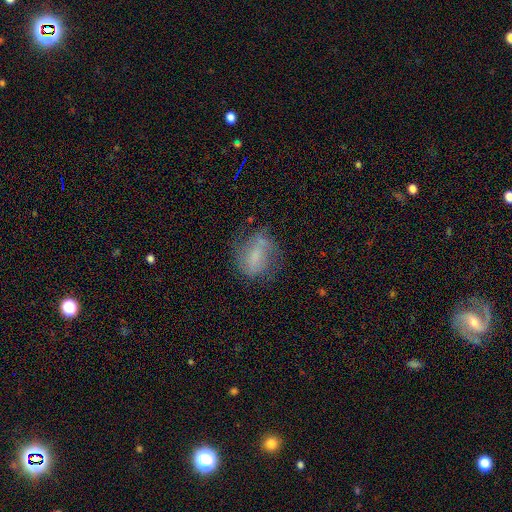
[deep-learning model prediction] Smooth or featured?
  - smooth: 48% *
  - featured or disk: 40%
  - star or artifact: 11%
Merging?
  - none: 52% *
  - minor disturbance: 26%
  - major disturbance: 18%
  - merger: 5%